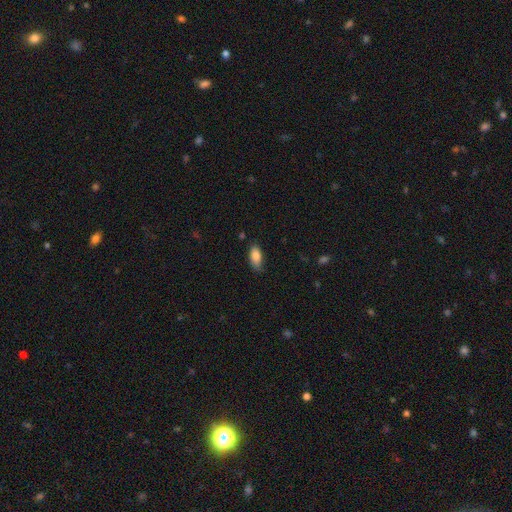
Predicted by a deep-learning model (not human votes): This appears to be a smooth galaxy with no disk features (84%) that is in between round and cigar-shaped (87%). Merging: none (71%).